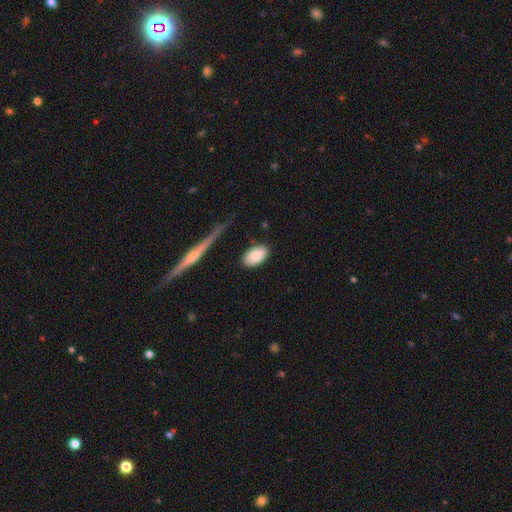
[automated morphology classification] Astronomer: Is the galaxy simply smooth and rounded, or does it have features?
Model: smooth — 86%.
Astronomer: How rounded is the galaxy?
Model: in between — 93%.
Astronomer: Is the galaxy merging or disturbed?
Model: none — 83%.